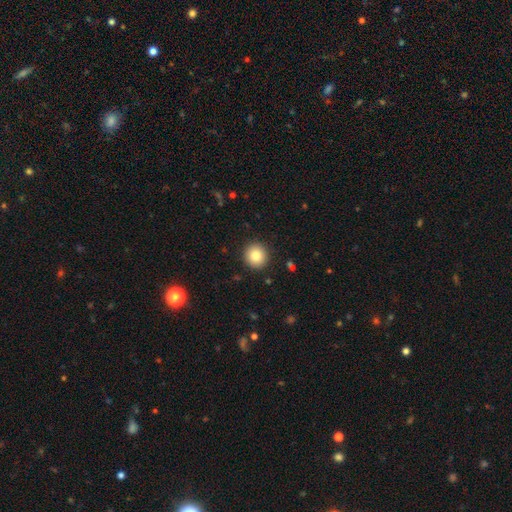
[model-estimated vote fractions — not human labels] Smooth or featured?
  - smooth: 84% *
  - star or artifact: 9%
  - featured or disk: 7%
How rounded?
  - round: 94% *
  - in between: 5%
  - cigar-shaped: 1%
Merging?
  - none: 92% *
  - minor disturbance: 5%
  - major disturbance: 2%
  - merger: 1%